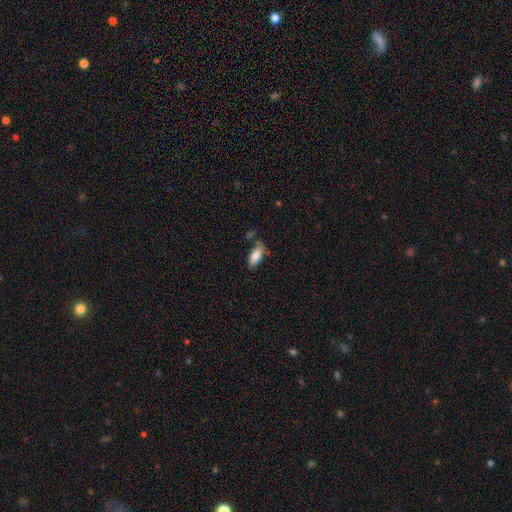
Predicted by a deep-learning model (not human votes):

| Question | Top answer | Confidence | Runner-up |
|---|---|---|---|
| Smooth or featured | smooth | 84% | featured or disk (9%) |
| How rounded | in between | 82% | cigar-shaped (16%) |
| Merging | none | 66% | minor disturbance (21%) |